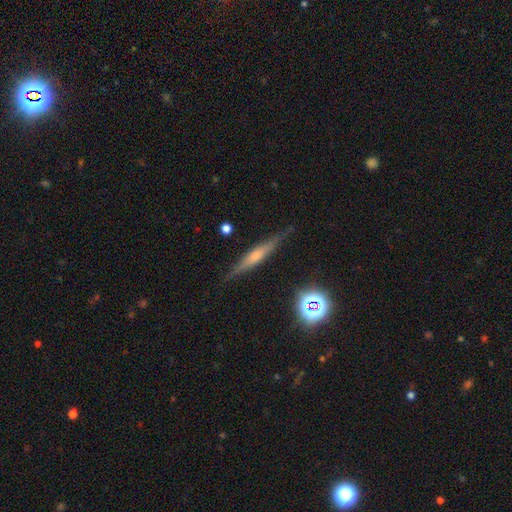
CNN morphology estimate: This appears to be a featured or disk galaxy (55%) viewed edge-on (95%) with a rounded central bulge (54%). Merging: none (85%).